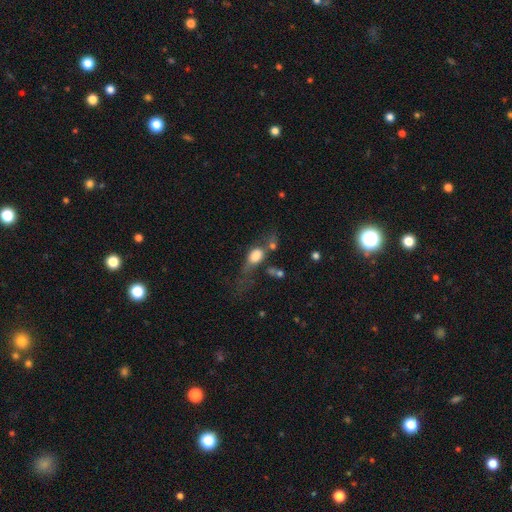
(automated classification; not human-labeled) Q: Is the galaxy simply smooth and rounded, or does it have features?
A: smooth — 64%.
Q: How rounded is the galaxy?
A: in between — 64%.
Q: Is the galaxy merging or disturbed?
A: major disturbance — 37%.